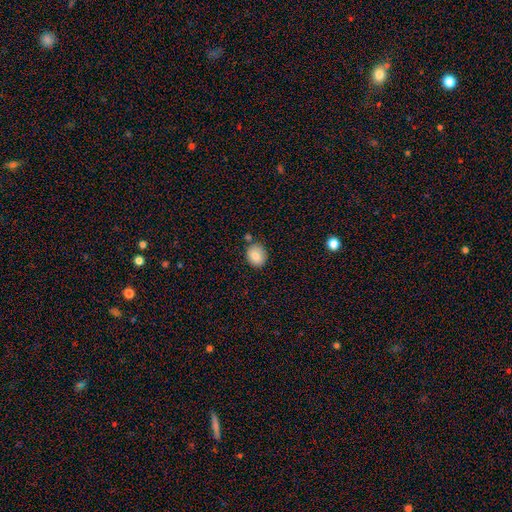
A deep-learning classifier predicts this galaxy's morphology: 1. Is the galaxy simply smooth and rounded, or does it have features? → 84% smooth, 8% star or artifact, 8% featured or disk.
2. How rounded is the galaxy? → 61% round, 38% in between, 1% cigar-shaped.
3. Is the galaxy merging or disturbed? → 76% none, 13% minor disturbance, 8% merger, 3% major disturbance.